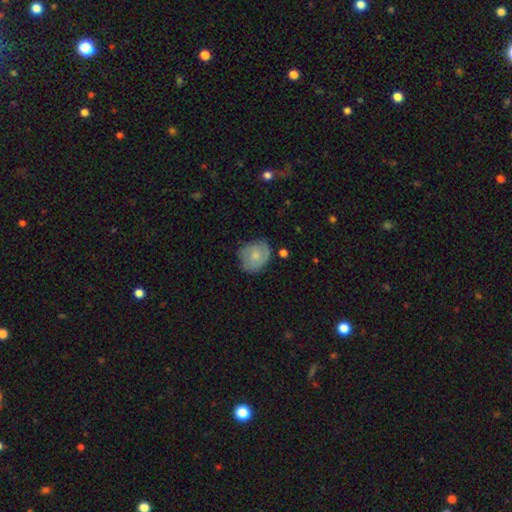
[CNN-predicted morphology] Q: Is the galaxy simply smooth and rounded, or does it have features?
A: smooth — 57%.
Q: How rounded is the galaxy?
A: round — 64%.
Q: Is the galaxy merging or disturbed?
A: none — 62%.